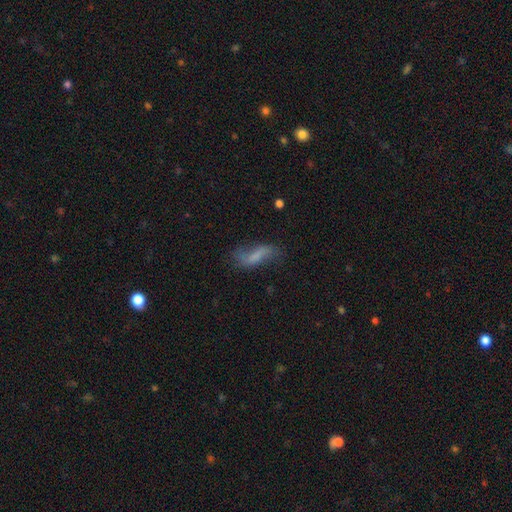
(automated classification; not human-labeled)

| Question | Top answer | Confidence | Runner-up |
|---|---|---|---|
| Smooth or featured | featured or disk | 45% | tied: smooth (45%) |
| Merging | none | 52% | minor disturbance (26%) |